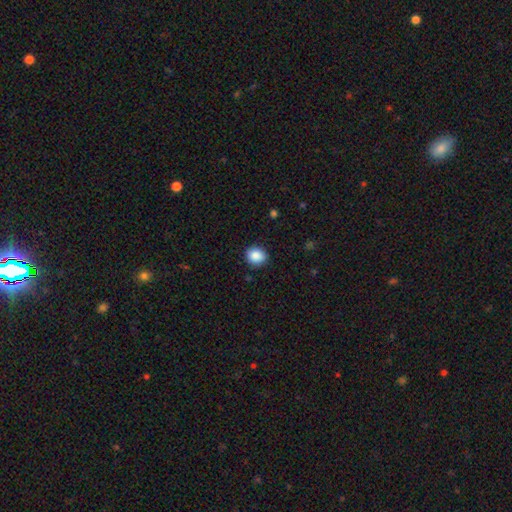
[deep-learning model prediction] Smooth or featured?
  - smooth: 88% *
  - star or artifact: 8%
  - featured or disk: 4%
How rounded?
  - round: 77% *
  - in between: 22%
  - cigar-shaped: 1%
Merging?
  - none: 89% *
  - minor disturbance: 8%
  - major disturbance: 2%
  - merger: 1%